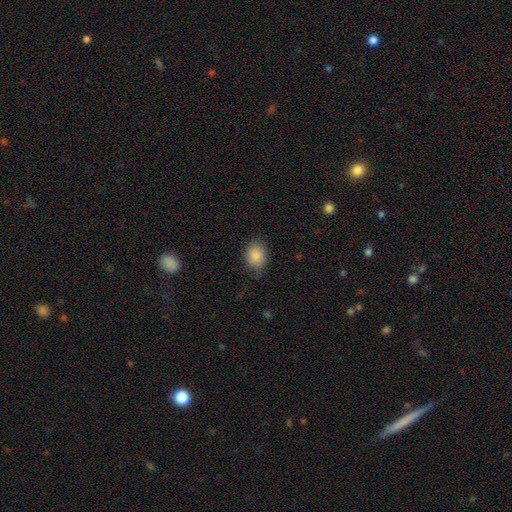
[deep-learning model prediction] smooth 88%, star or artifact 8%, featured or disk 4%. Down the decision tree: how rounded — in between (54%); merging — none (76%).